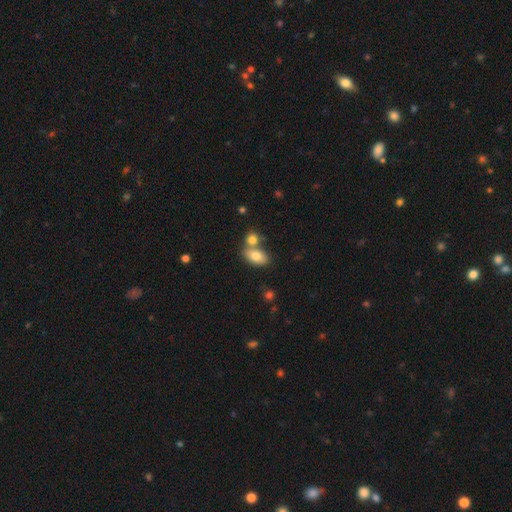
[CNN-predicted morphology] The model was most divided on "merging": none: 46%, merger: 42%, minor disturbance: 10%, major disturbance: 3%. More confident: how rounded — in between (89%); smooth or featured — smooth (79%).